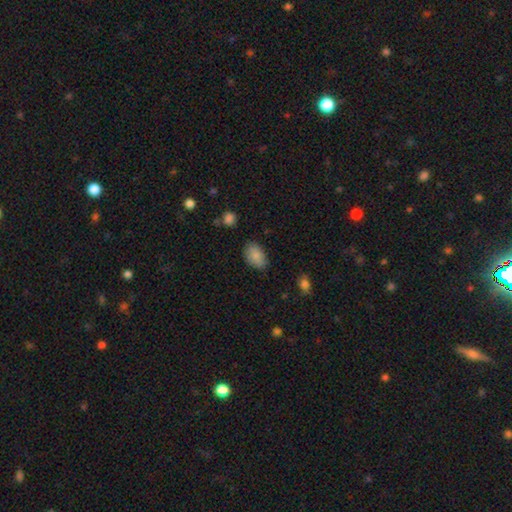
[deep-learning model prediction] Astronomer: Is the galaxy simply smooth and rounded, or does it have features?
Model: smooth — 85%.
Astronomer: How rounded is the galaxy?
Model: in between — 89%.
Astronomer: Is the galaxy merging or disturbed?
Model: none — 78%.